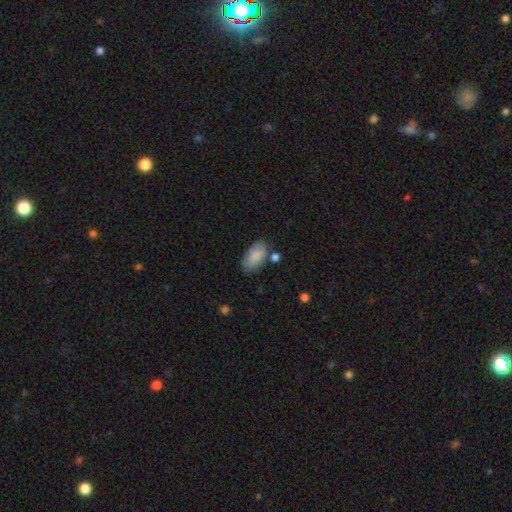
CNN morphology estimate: The model was most divided on "merging": none: 72%, minor disturbance: 17%, merger: 7%, major disturbance: 4%. More confident: how rounded — in between (94%); smooth or featured — smooth (87%).